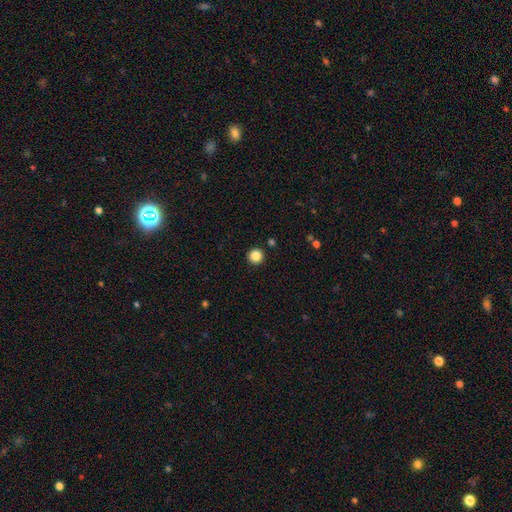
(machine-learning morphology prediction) smooth 86%, star or artifact 11%, featured or disk 3%. Down the decision tree: how rounded — round (95%); merging — none (92%).